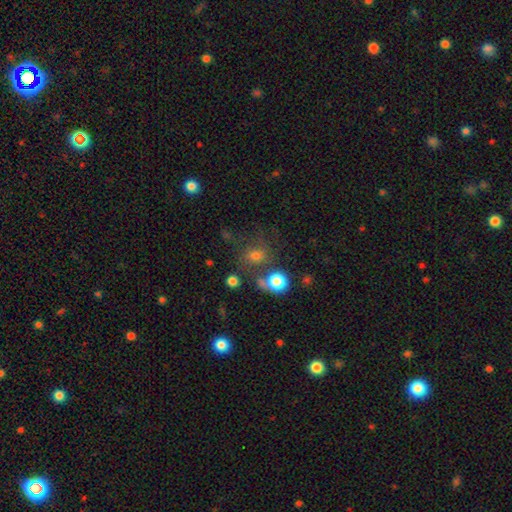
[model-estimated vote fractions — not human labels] Smooth or featured: smooth — 66% (star or artifact — 19%)
How rounded: round — 73% (in between — 25%)
Merging: none — 57% (minor disturbance — 16%)